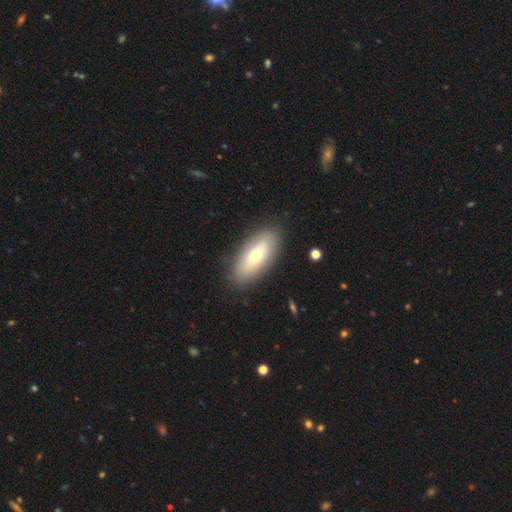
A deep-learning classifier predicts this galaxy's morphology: Smooth or featured: smooth — 60% (featured or disk — 33%)
How rounded: in between — 84% (cigar-shaped — 13%)
Merging: none — 86% (minor disturbance — 10%)